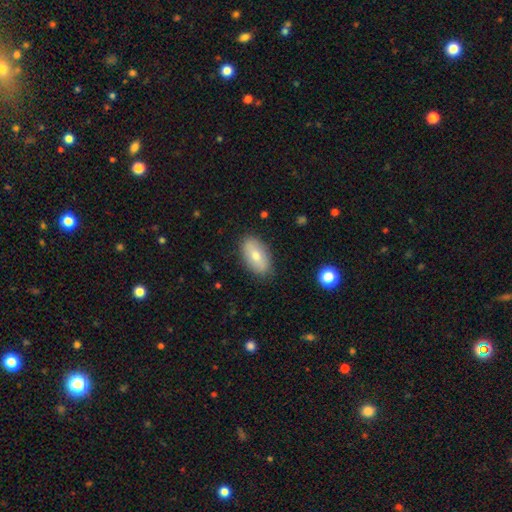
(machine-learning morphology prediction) A smooth galaxy with no disk features (67%) that is in between round and cigar-shaped (92%). Merging: none (85%).